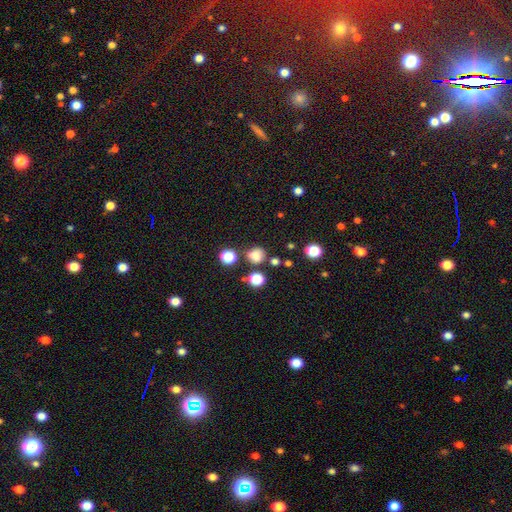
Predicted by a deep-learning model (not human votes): Overall: smooth (79%). How rounded: round (77%). Merging: none (73%).